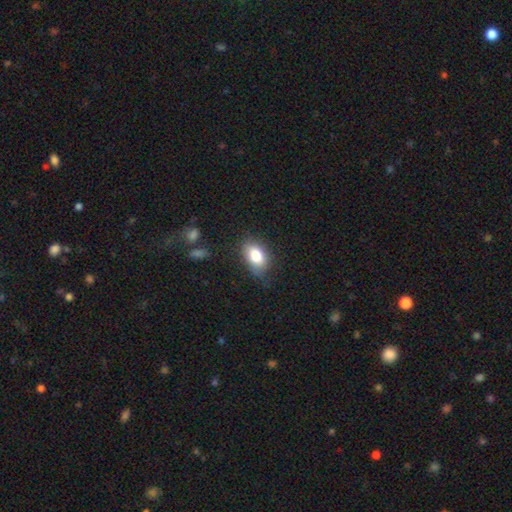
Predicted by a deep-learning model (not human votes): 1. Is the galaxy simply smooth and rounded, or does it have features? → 81% smooth, 11% featured or disk, 8% star or artifact.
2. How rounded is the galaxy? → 86% in between, 12% round, 2% cigar-shaped.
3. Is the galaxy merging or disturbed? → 68% none, 24% minor disturbance, 6% major disturbance, 2% merger.